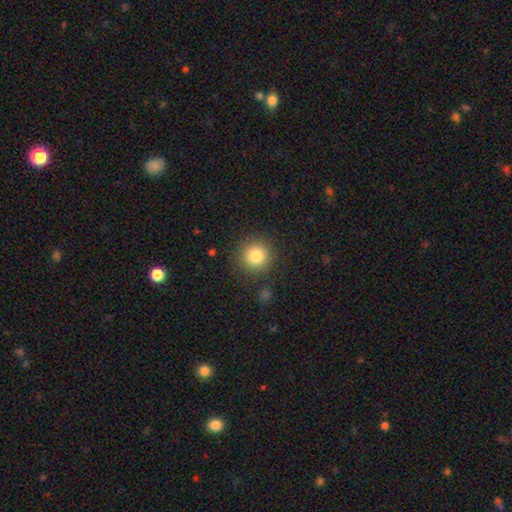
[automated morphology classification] Smooth or featured? Predicted: smooth (p=0.84). How rounded? Predicted: round (p=0.94). Merging? Predicted: none (p=0.87).